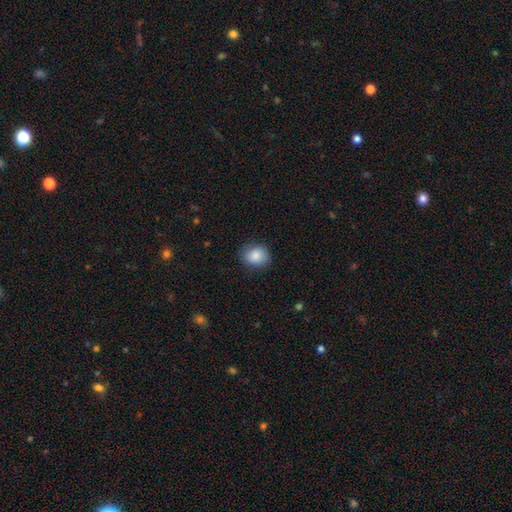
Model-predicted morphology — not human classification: Smooth or featured? Predicted: smooth (p=0.85). How rounded? Predicted: round (p=0.57). Merging? Predicted: none (p=0.79).